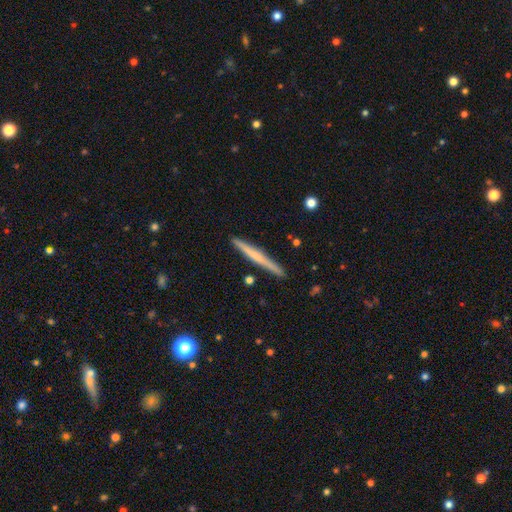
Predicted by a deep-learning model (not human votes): Smooth or featured?
  - smooth: 47% * (tied)
  - featured or disk: 47% * (tied)
  - star or artifact: 6%
Merging?
  - none: 91% *
  - minor disturbance: 6%
  - merger: 1%
  - major disturbance: 1%